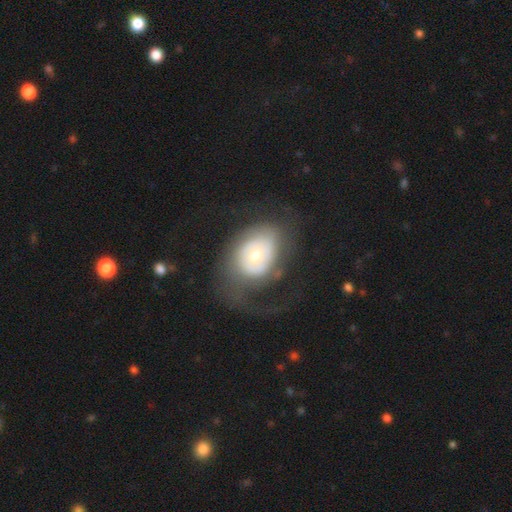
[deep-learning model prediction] smooth-or-featured: featured or disk: 55% | smooth: 37% | star or artifact: 7%
  disk-edge-on: no: 95% | yes: 5%
    bar: no: 84% | weak: 13% | strong: 3%
    has-spiral-arms: no: 51% | yes: 49%
    bulge-size: moderate: 59% | small: 30% | large: 8% | dominant: 2% | none: 1%
  merging: none: 41% | major disturbance: 34% | minor disturbance: 23% | merger: 2%